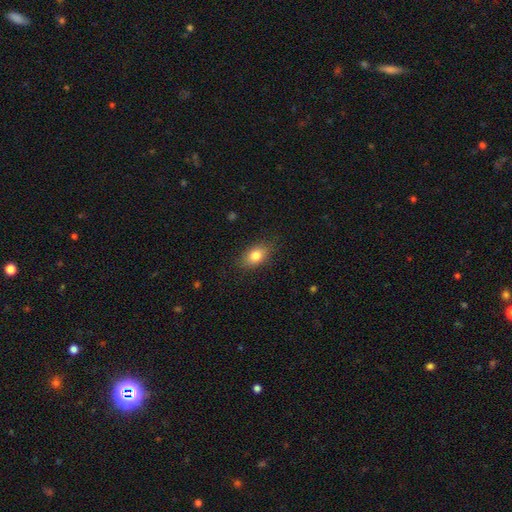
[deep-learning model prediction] Smooth or featured: smooth — 81% (featured or disk — 10%)
How rounded: in between — 83% (round — 15%)
Merging: none — 82% (minor disturbance — 13%)